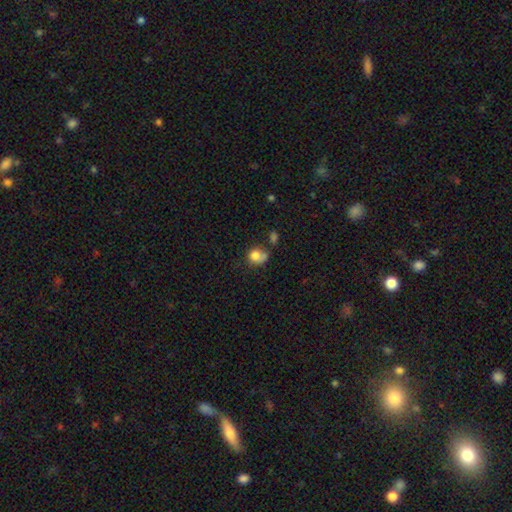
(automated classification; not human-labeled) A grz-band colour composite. It shows a smooth galaxy with no disk features (79%) that is round (69%). Merging: none (40%).